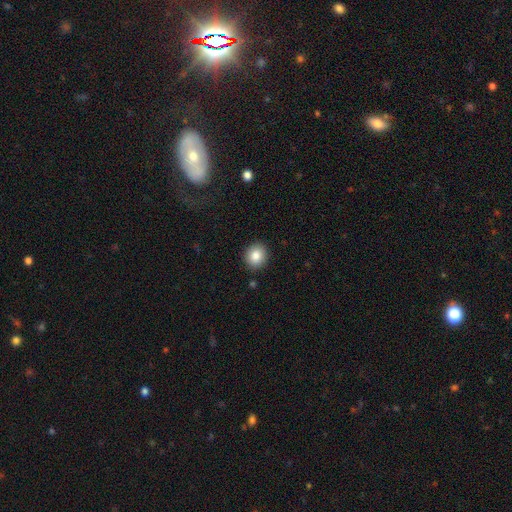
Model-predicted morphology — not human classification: Smooth or featured? Predicted: smooth (p=0.85). How rounded? Predicted: round (p=0.78). Merging? Predicted: none (p=0.90).